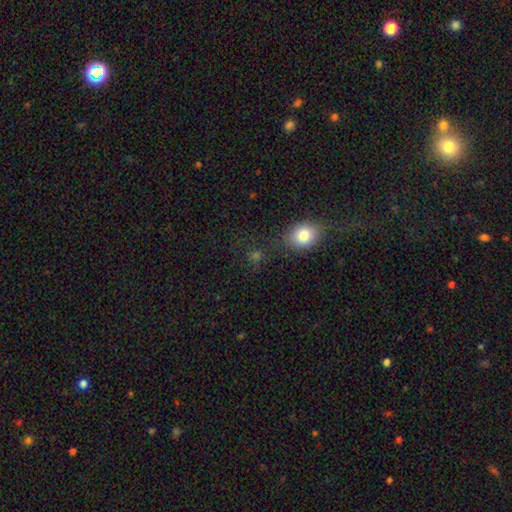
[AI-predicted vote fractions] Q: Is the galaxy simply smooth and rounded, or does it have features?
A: smooth — 68%.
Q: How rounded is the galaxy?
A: round — 75%.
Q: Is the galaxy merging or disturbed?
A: none — 70%.